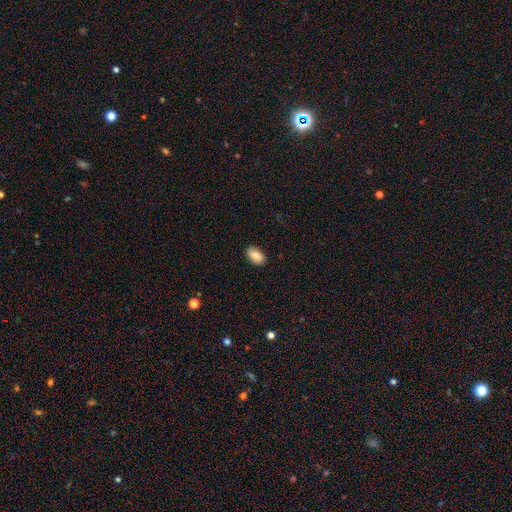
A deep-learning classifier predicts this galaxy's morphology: smooth-or-featured: smooth: 84% | featured or disk: 9% | star or artifact: 7%
  how-rounded: in between: 93% | round: 6% | cigar-shaped: 2%
  merging: none: 88% | minor disturbance: 9% | major disturbance: 2% | merger: 1%